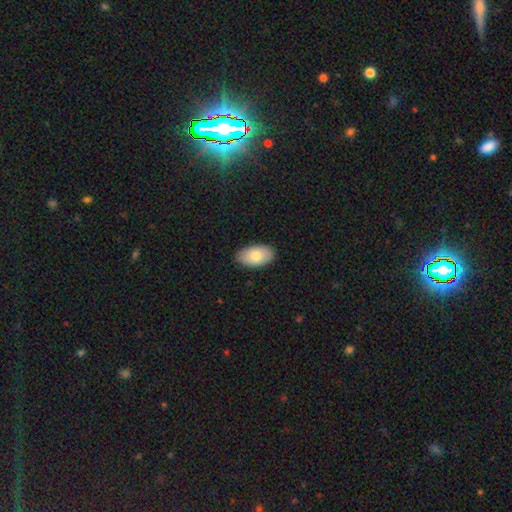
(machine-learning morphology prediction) smooth_or_featured: smooth (p=0.81) [alt: featured or disk p=0.13]
how_rounded: in between (p=0.95) [alt: round p=0.04]
merging: none (p=0.88) [alt: minor disturbance p=0.09]